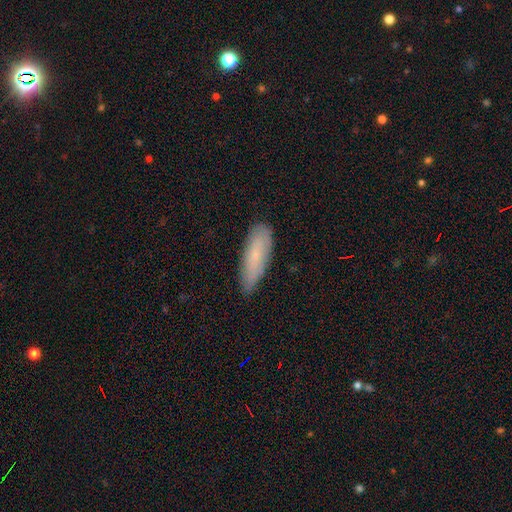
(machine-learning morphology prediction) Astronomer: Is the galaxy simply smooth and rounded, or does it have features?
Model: smooth — 70%.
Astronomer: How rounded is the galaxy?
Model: cigar-shaped — 51% (runner-up: in between, 47%).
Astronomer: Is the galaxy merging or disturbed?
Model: none — 79%.